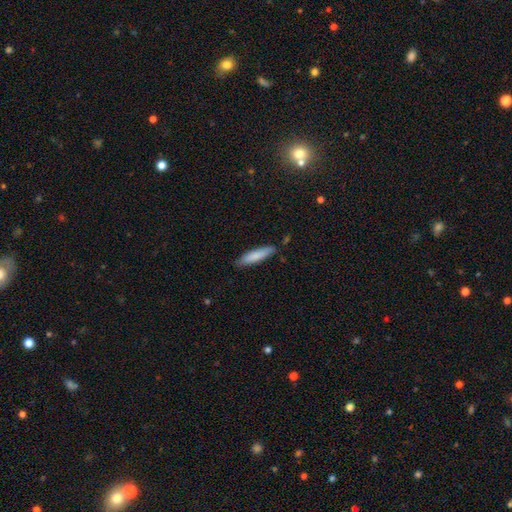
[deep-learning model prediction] Smooth or featured? Predicted: smooth (p=0.81). How rounded? Predicted: cigar-shaped (p=0.80). Merging? Predicted: none (p=0.82).